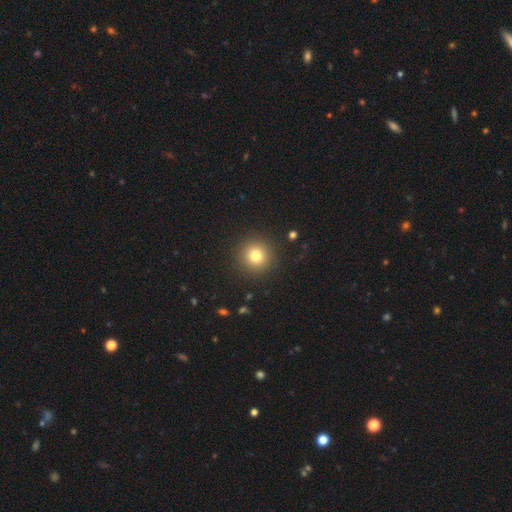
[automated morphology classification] Q: Smooth or featured?
A: smooth (78%); runner-up: star or artifact (13%)
Q: How rounded?
A: round (95%); runner-up: in between (5%)
Q: Merging?
A: none (91%); runner-up: minor disturbance (6%)